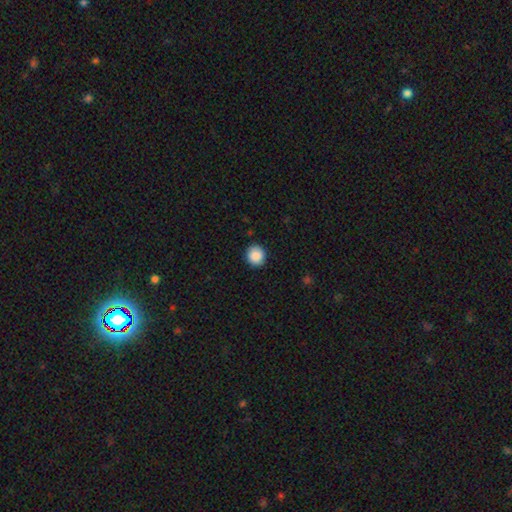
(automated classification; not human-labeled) A smooth galaxy with no disk features (89%) that is round (88%).

Vote fractions:
- Smooth or featured? smooth: 89% / star or artifact: 8% / featured or disk: 3%
- How rounded? round: 88% / in between: 11% / cigar-shaped: 1%
- Merging? none: 91% / minor disturbance: 7% / major disturbance: 2% / merger: 1%